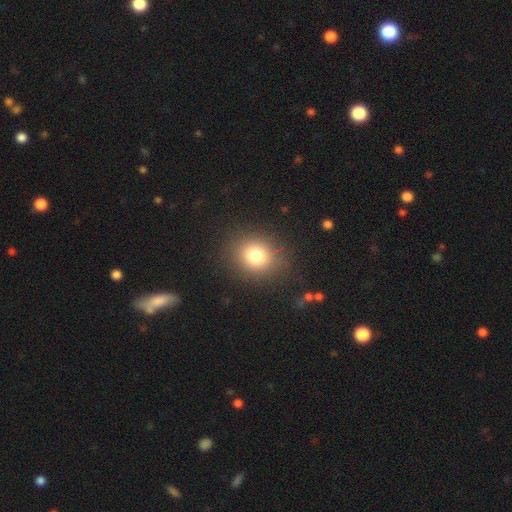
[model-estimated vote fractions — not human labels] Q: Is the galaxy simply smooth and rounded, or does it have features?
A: smooth — 77%.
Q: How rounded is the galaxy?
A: round — 76%.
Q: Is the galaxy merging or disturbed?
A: none — 86%.